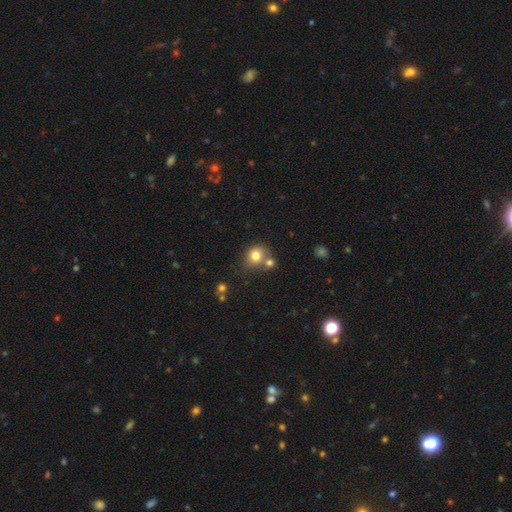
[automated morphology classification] Smooth or featured? Predicted: smooth (p=0.79). How rounded? Predicted: round (p=0.79). Merging? Predicted: none (p=0.56).